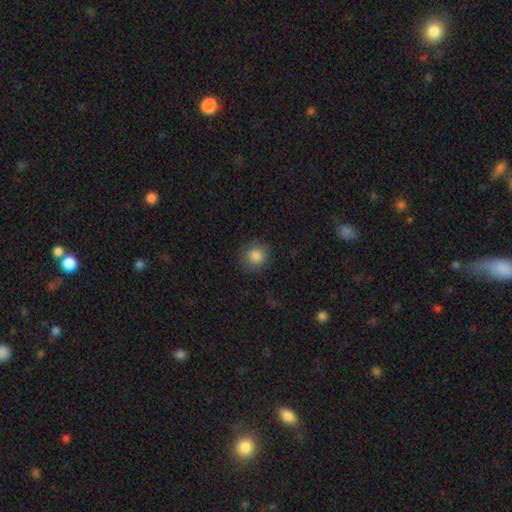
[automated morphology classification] This is clearly a smooth galaxy (85%). How rounded: clearly round (90%). Merging: clearly none (85%).